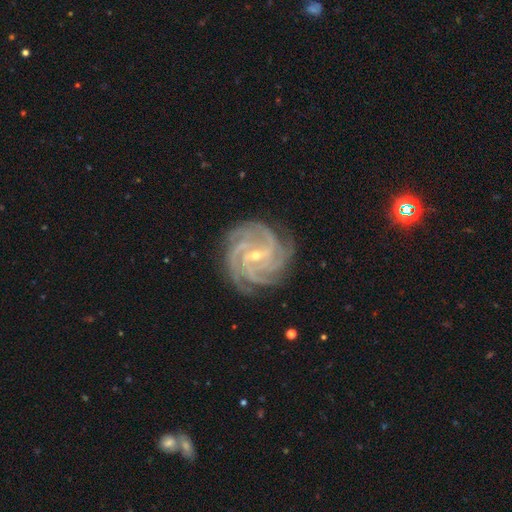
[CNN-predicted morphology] featured or disk 92%, star or artifact 5%, smooth 3%. Down the decision tree: edge-on disk — no (98%); bar — weak (47%); spiral arms — yes (99%); spiral arm count — 4 (41%); spiral winding — tight (77%); bulge size — small (69%); merging — none (85%).